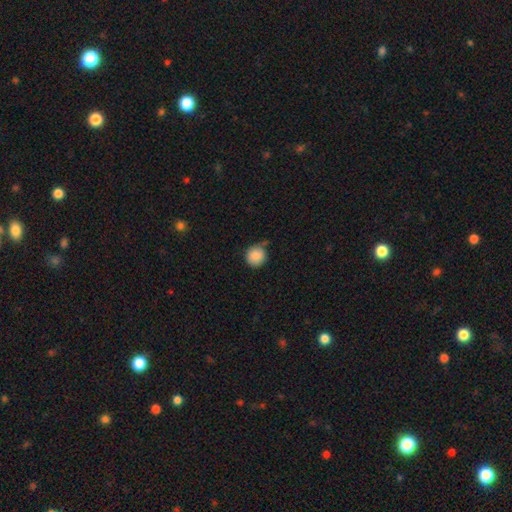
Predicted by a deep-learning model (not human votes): smooth-or-featured: smooth: 88% | star or artifact: 8% | featured or disk: 4%
  how-rounded: round: 92% | in between: 7% | cigar-shaped: 1%
  merging: none: 73% | minor disturbance: 19% | merger: 4% | major disturbance: 4%